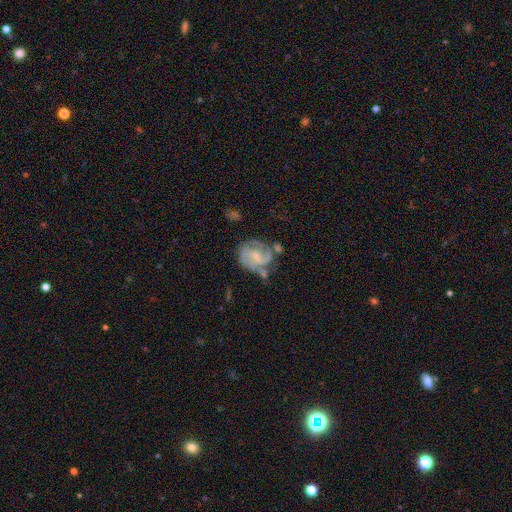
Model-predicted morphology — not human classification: Smooth or featured: featured or disk — 78% (smooth — 15%)
Edge-on disk: no — 98% (yes — 2%)
Bar: weak — 48% (no — 39%)
Spiral arms: yes — 90% (no — 10%)
Spiral winding: medium — 45% (tight — 39%)
Spiral arm count: 2 — 61% (can't tell — 16%)
Bulge size: small — 49% (moderate — 28%)
Merging: none — 44% (minor disturbance — 25%)